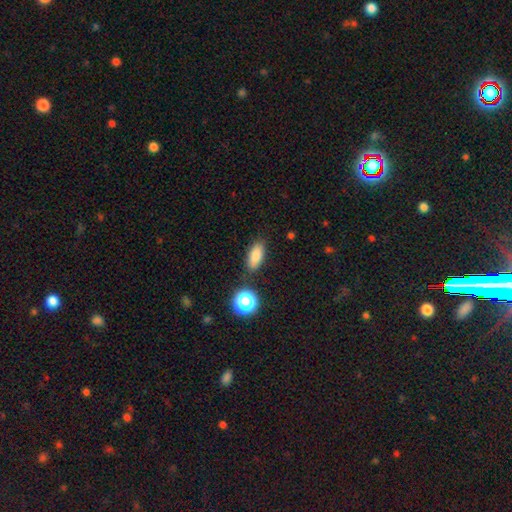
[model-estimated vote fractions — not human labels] Smooth or featured: smooth — 83% (star or artifact — 11%)
How rounded: in between — 79% (cigar-shaped — 14%)
Merging: none — 82% (minor disturbance — 11%)